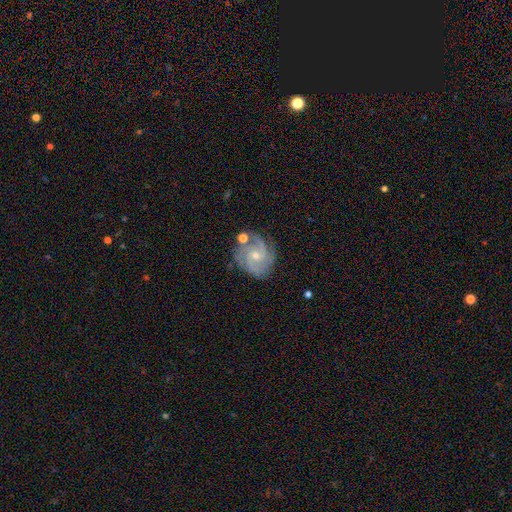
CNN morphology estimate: This appears to be a featured or disk galaxy (86%) with no bar (66%), 3 (48%) tight (60%) spiral arms (98%) and a small central bulge (60%). Merging: none (73%).